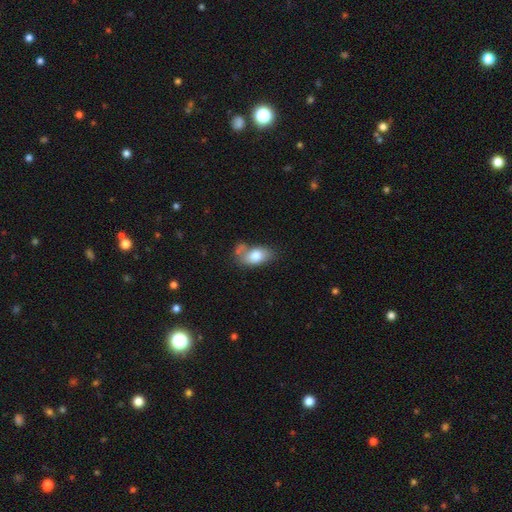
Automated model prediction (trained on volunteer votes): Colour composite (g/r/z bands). It shows a smooth galaxy with no disk features (77%) that is in between round and cigar-shaped (89%). Merging: none (43%).